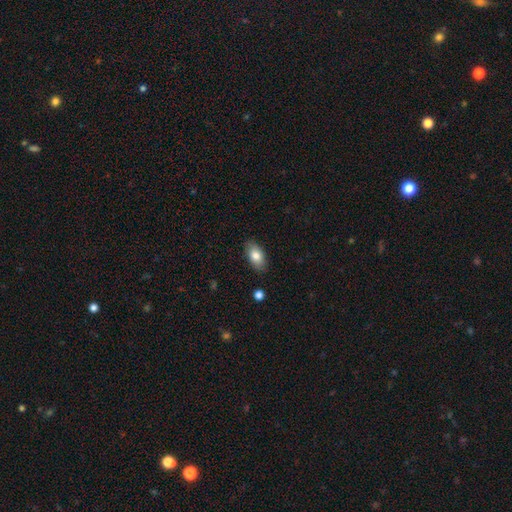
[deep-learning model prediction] This appears to be a smooth galaxy with no disk features (81%) that is in between round and cigar-shaped (91%). Merging: none (86%).